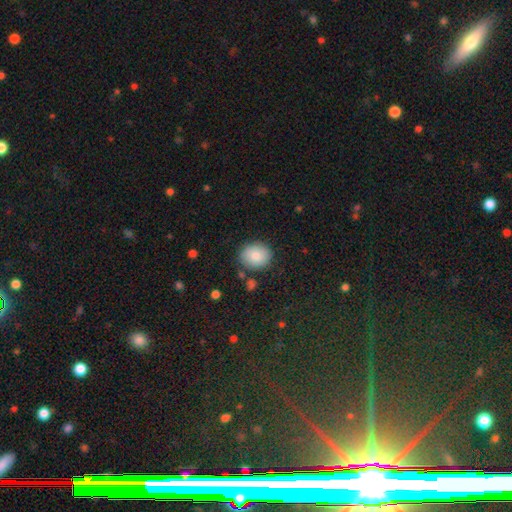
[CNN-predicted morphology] type=smooth (83%); roundness=round (65%); merging=none (83%).